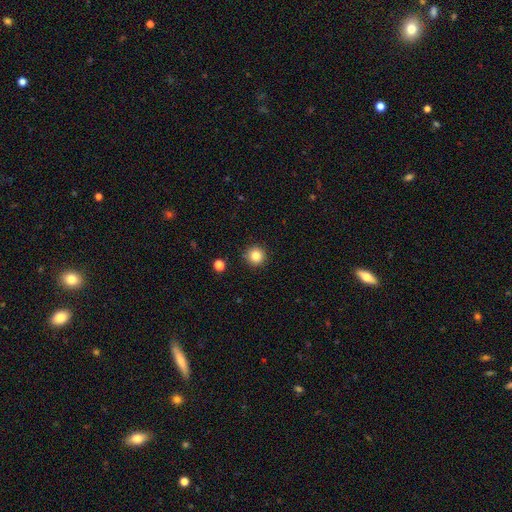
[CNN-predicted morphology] Smooth or featured: smooth — 84% (star or artifact — 11%)
How rounded: round — 95% (in between — 4%)
Merging: none — 91% (minor disturbance — 5%)